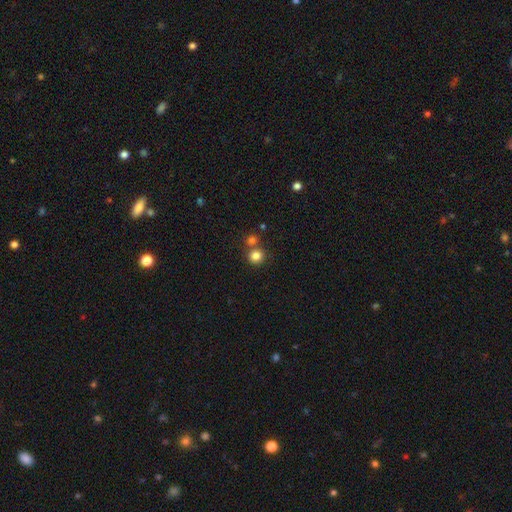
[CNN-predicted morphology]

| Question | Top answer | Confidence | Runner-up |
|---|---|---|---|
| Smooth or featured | smooth | 82% | star or artifact (12%) |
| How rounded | round | 90% | in between (9%) |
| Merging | none | 67% | merger (23%) |